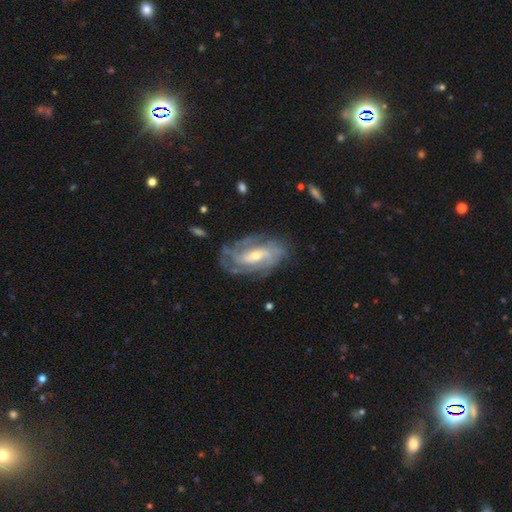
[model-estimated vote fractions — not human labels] Smooth or featured? featured or disk (86%)
Edge-on disk? no (95%)
Bar? weak (42%)
Spiral arms? yes (94%)
Spiral winding? tight (53%)
Spiral arm count? can't tell (29%)
Bulge size? small (49%)
Merging? none (73%)